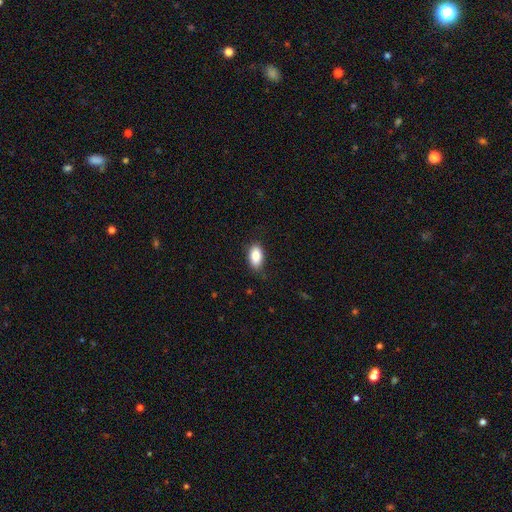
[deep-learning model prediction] Morphology: type=smooth (86%); roundness=in between (92%); merging=none (79%).